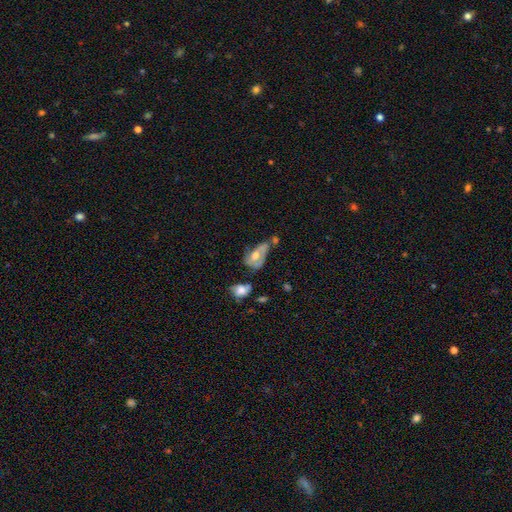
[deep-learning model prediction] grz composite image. It shows a featured or disk galaxy (52%). Merging: major disturbance (27%).